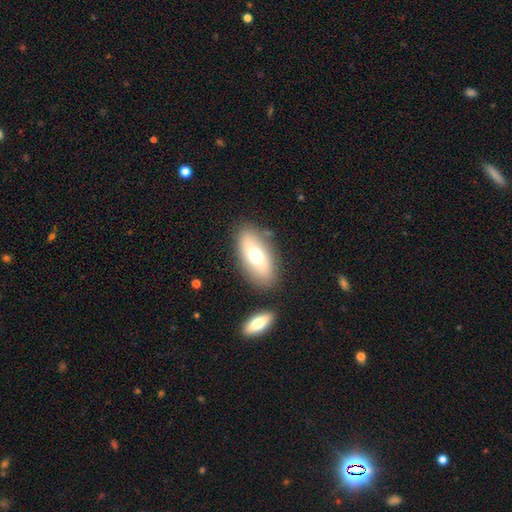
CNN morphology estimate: Smooth or featured? Predicted: smooth (p=0.65). How rounded? Predicted: in between (p=0.86). Merging? Predicted: none (p=0.78).